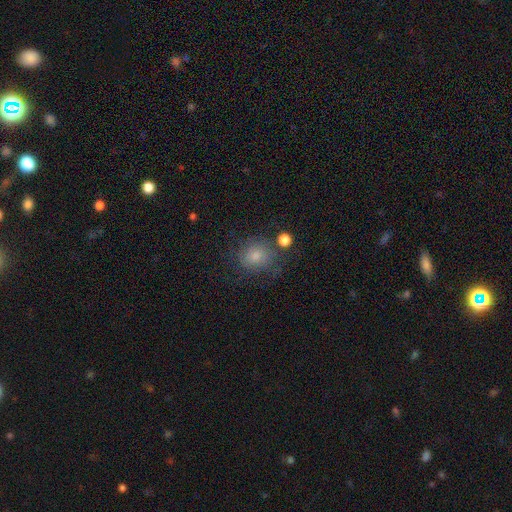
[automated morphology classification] The model was most divided on "smooth or featured": smooth: 63%, star or artifact: 20%, featured or disk: 17%. More confident: how rounded — round (77%); merging — none (70%).